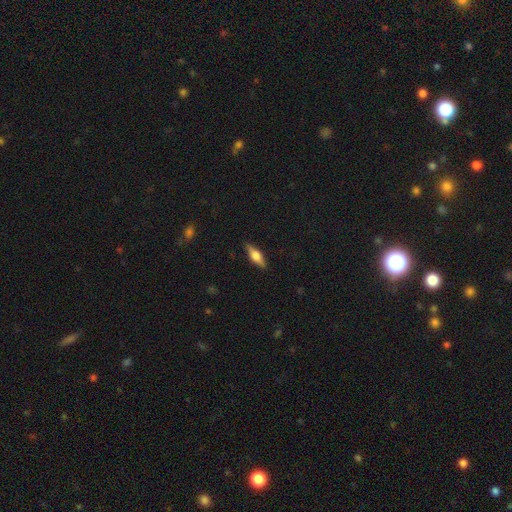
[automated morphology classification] A featured or disk galaxy (49%). Merging: none (88%).